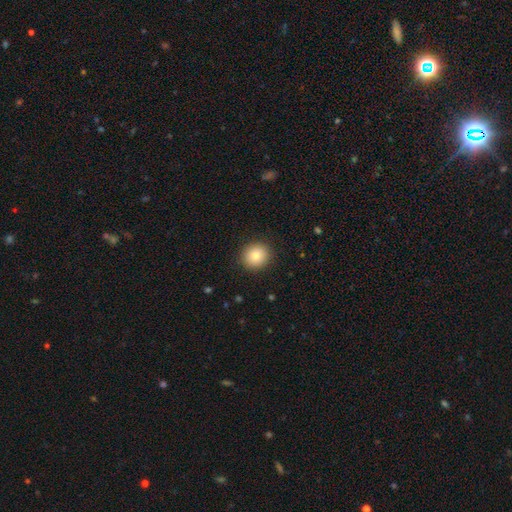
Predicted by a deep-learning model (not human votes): This is clearly a smooth galaxy (82%). How rounded: clearly round (88%). Merging: clearly none (91%).